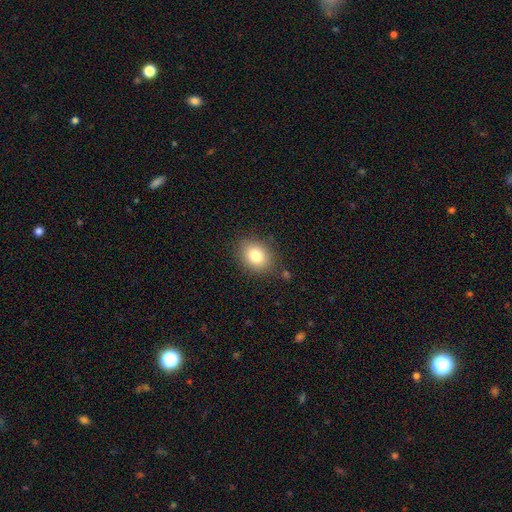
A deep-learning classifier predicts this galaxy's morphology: smooth 82%, star or artifact 9%, featured or disk 8%. Down the decision tree: how rounded — in between (60%); merging — none (83%).